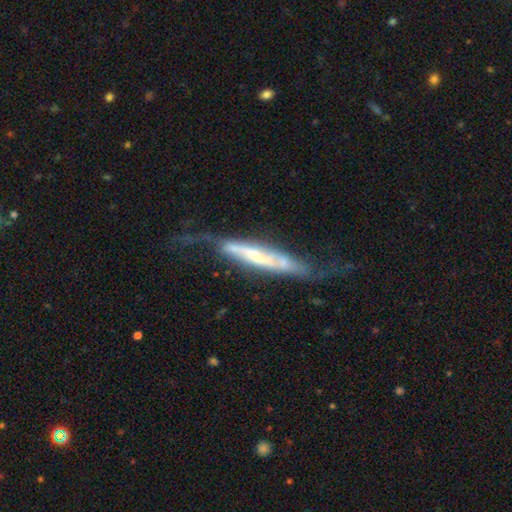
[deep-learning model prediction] This is likely a featured or disk galaxy (70%). It is likely viewed edge-on (66%). Merging: marginally none (38%).